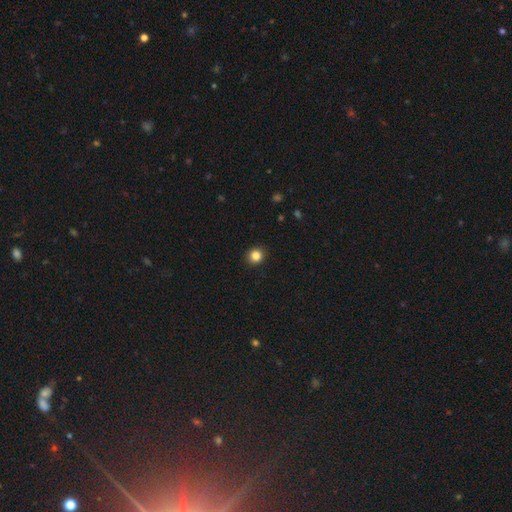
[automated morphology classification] Smooth or featured? Predicted: smooth (p=0.84). How rounded? Predicted: round (p=0.89). Merging? Predicted: none (p=0.92).